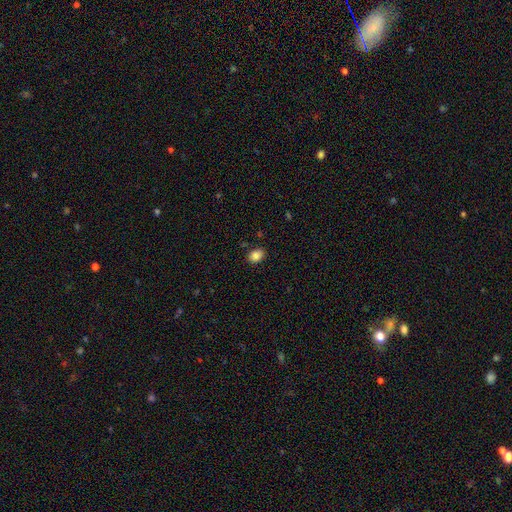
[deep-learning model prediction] This is clearly a smooth galaxy (86%). How rounded: likely in between (70%). Merging: clearly none (87%).